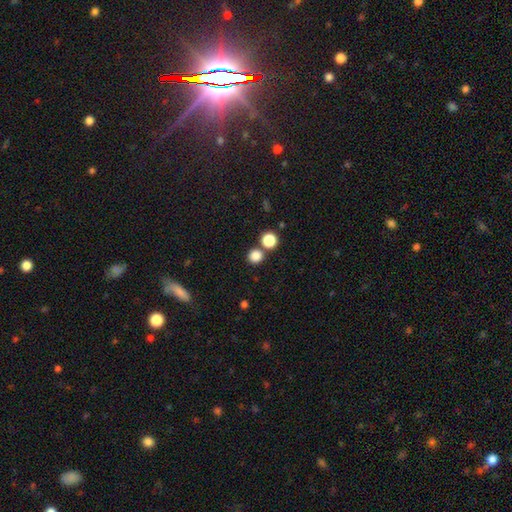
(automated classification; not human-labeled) A smooth galaxy with no disk features (83%) that is round (91%).

Vote fractions:
- Smooth or featured? smooth: 83% / star or artifact: 13% / featured or disk: 4%
- How rounded? round: 91% / in between: 8% / cigar-shaped: 1%
- Merging? none: 74% / merger: 17% / minor disturbance: 6% / major disturbance: 3%